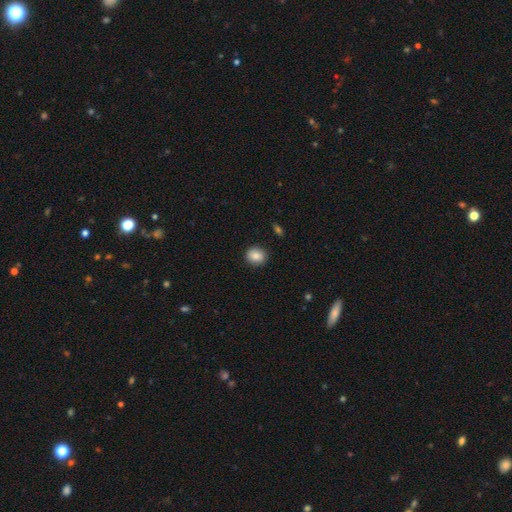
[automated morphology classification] smooth-or-featured: smooth: 84% | star or artifact: 8% | featured or disk: 7%
  how-rounded: round: 70% | in between: 29% | cigar-shaped: 1%
  merging: none: 89% | minor disturbance: 8% | major disturbance: 2% | merger: 1%